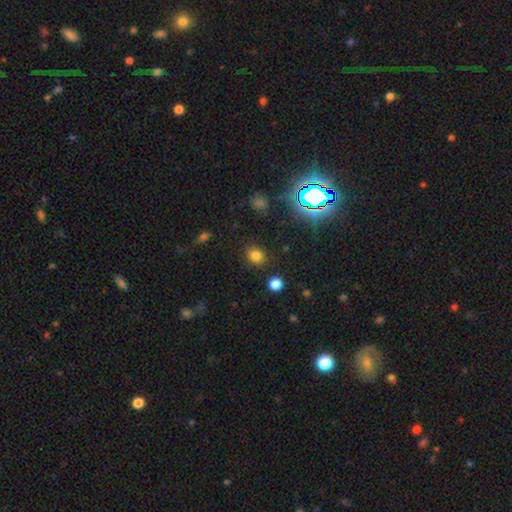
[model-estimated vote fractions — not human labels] smooth 78%, star or artifact 17%, featured or disk 5%. Down the decision tree: how rounded — round (62%); merging — none (86%).